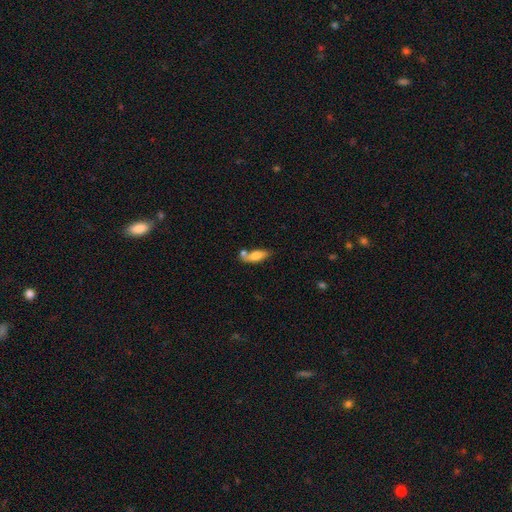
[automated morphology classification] smooth_or_featured: smooth (p=0.73) [alt: featured or disk p=0.19]
how_rounded: in between (p=0.72) [alt: cigar-shaped p=0.25]
merging: none (p=0.44) [alt: merger p=0.32]